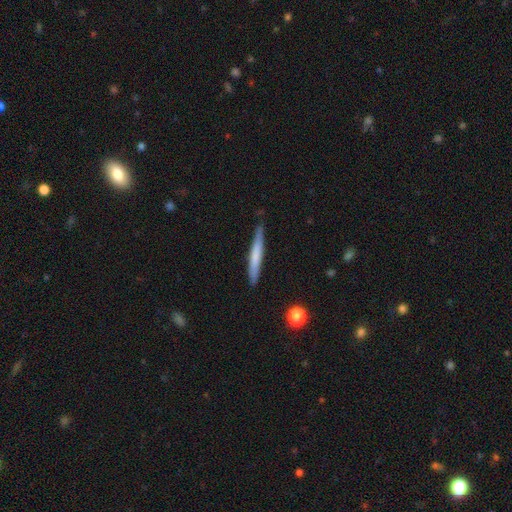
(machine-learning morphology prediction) Smooth or featured: smooth — 61% (featured or disk — 34%)
How rounded: cigar-shaped — 96% (in between — 3%)
Merging: none — 85% (minor disturbance — 12%)